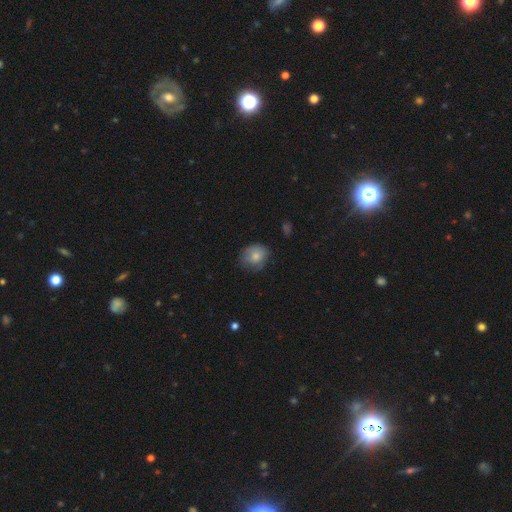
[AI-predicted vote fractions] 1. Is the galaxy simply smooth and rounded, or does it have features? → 77% smooth, 14% featured or disk, 9% star or artifact.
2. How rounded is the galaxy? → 64% round, 35% in between, 1% cigar-shaped.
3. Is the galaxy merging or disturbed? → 63% none, 27% minor disturbance, 8% major disturbance, 1% merger.